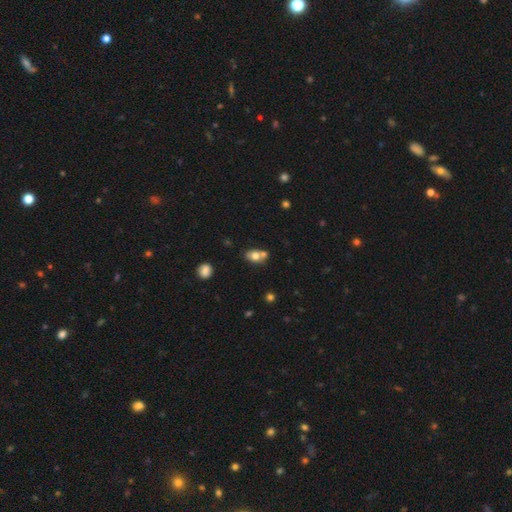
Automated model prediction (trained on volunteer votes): Smooth or featured: smooth — 73% (featured or disk — 18%)
How rounded: in between — 71% (round — 27%)
Merging: none — 43% (merger — 41%)